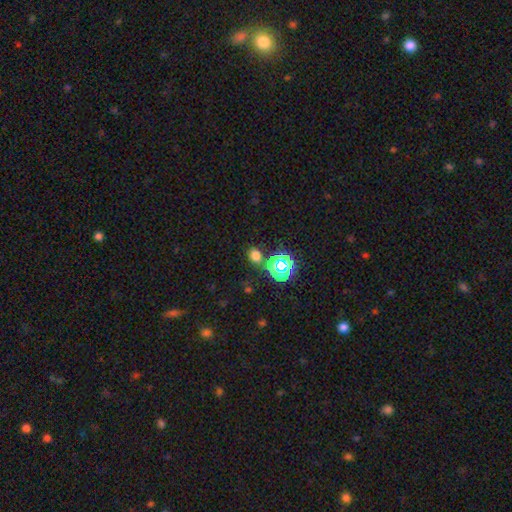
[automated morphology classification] smooth-or-featured: smooth: 66% | star or artifact: 28% | featured or disk: 6%
  how-rounded: in between: 50% | round: 49% | cigar-shaped: 1%
  merging: none: 78% | minor disturbance: 10% | merger: 8% | major disturbance: 4%